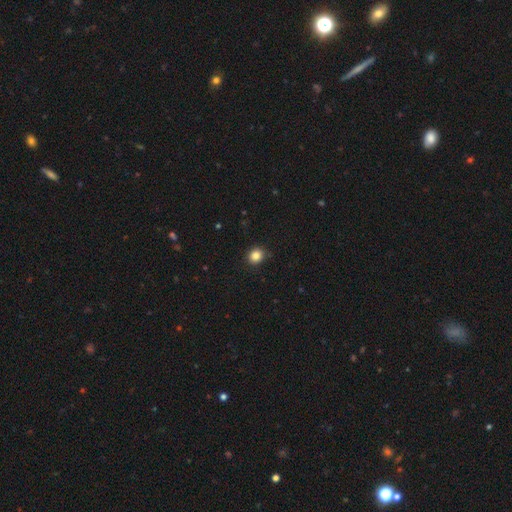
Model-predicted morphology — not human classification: A smooth galaxy with no disk features (86%) that is round (80%).

Vote fractions:
- Smooth or featured? smooth: 86% / star or artifact: 11% / featured or disk: 4%
- How rounded? round: 80% / in between: 20% / cigar-shaped: 1%
- Merging? none: 88% / minor disturbance: 9% / major disturbance: 2% / merger: 1%